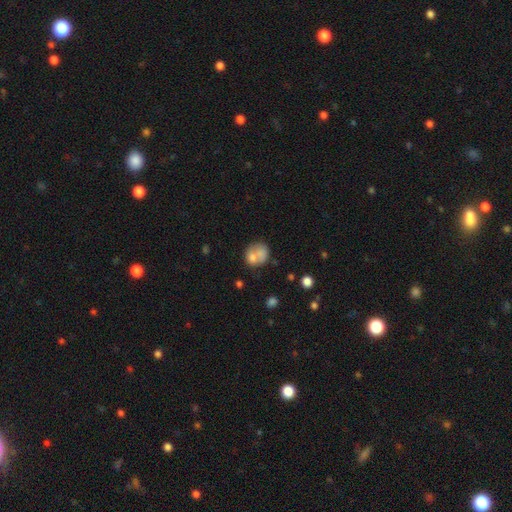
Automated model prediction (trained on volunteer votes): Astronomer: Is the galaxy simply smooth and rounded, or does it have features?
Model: smooth — 71%.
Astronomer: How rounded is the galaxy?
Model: round — 66%.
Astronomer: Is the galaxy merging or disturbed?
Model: merger — 45% (runner-up: none, 33%).